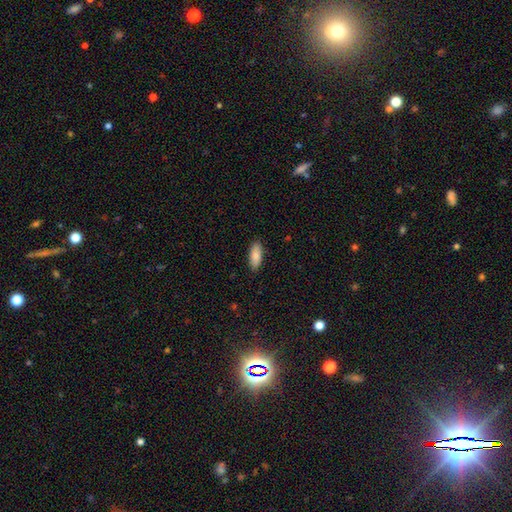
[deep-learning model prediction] This is clearly a smooth galaxy (87%). How rounded: likely in between (78%). Merging: clearly none (89%).